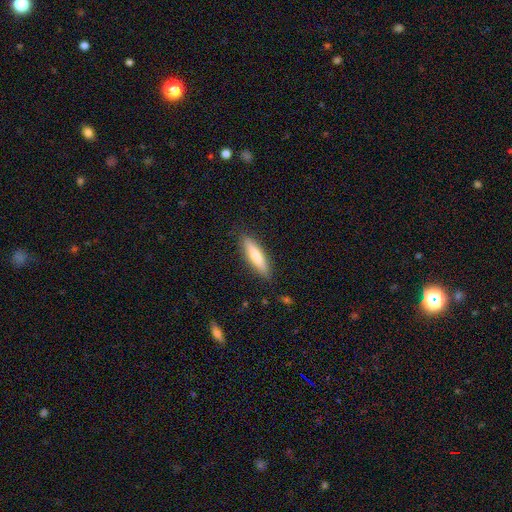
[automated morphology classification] type=smooth (69%); roundness=cigar-shaped (71%); merging=none (87%).